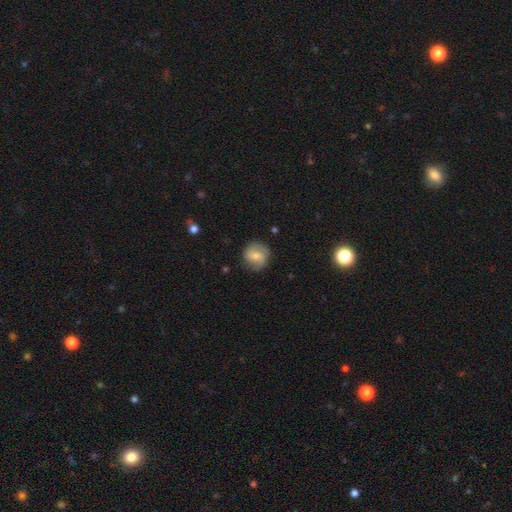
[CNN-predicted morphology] smooth-or-featured: smooth: 58% | featured or disk: 34% | star or artifact: 8%
  how-rounded: round: 85% | in between: 14% | cigar-shaped: 1%
  merging: none: 78% | minor disturbance: 15% | major disturbance: 5% | merger: 1%